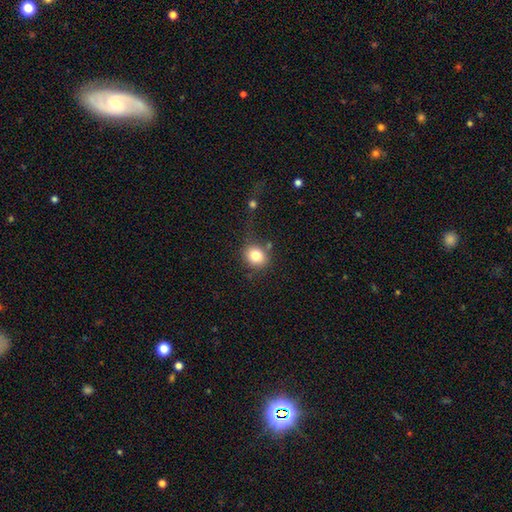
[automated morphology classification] This is clearly a smooth galaxy (81%). How rounded: likely round (71%). Merging: likely none (73%).